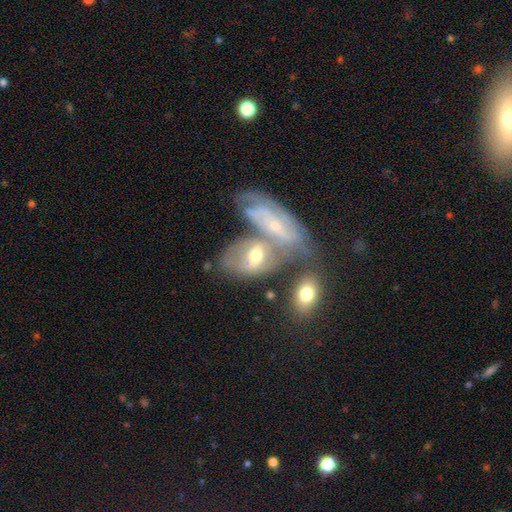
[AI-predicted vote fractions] A featured or disk galaxy (56%). Merging: merger (50%).